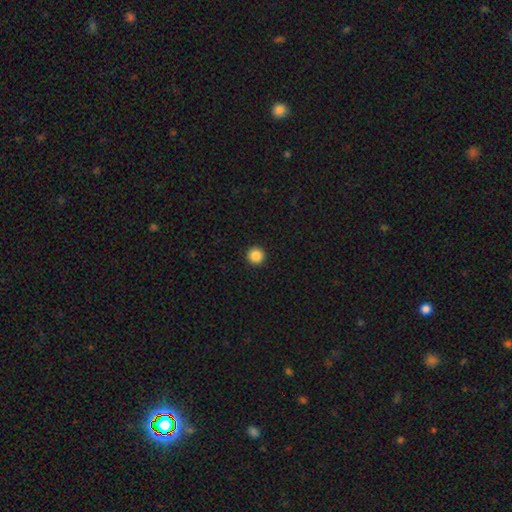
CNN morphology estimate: Smooth or featured? Predicted: smooth (p=0.87). How rounded? Predicted: round (p=0.96). Merging? Predicted: none (p=0.94).